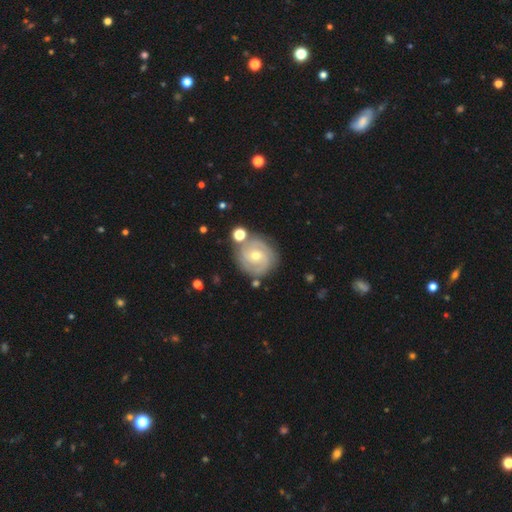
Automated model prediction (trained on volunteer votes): A featured or disk galaxy (82%) with no bar (62%), 2 (44%) tight (72%) spiral arms (95%) and a moderate central bulge (49%). Merging: none (76%).